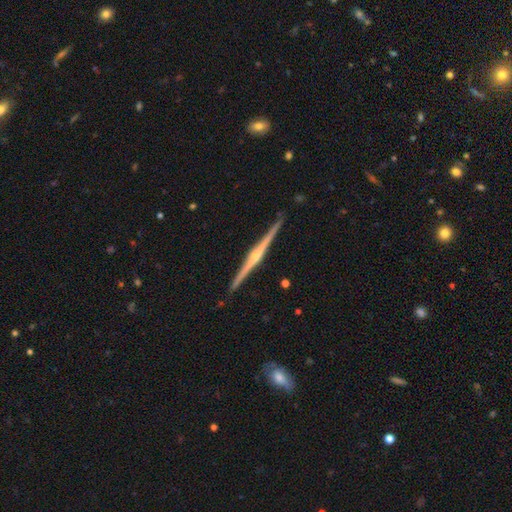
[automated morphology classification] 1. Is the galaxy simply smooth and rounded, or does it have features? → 86% featured or disk, 9% smooth, 5% star or artifact.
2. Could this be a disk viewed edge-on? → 99% yes, 1% no.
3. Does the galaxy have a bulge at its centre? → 81% rounded, 12% none, 7% boxy.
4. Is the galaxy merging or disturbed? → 92% none, 6% minor disturbance, 1% major disturbance, 1% merger.